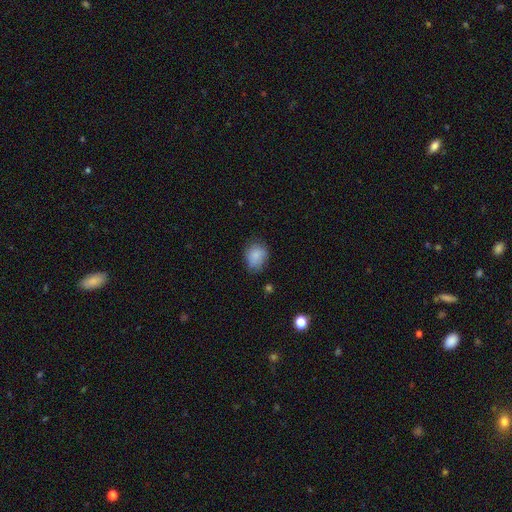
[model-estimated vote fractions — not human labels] This is clearly a smooth galaxy (85%). How rounded: possibly round (53%). Merging: likely none (65%).